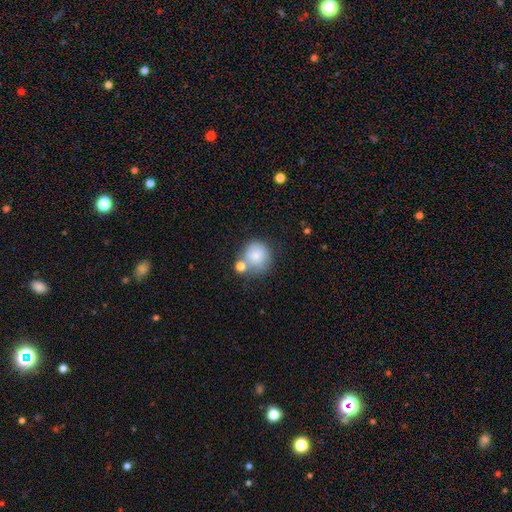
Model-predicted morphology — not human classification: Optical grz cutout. It shows a smooth galaxy with no disk features (77%) that is round (87%). Merging: none (49%).